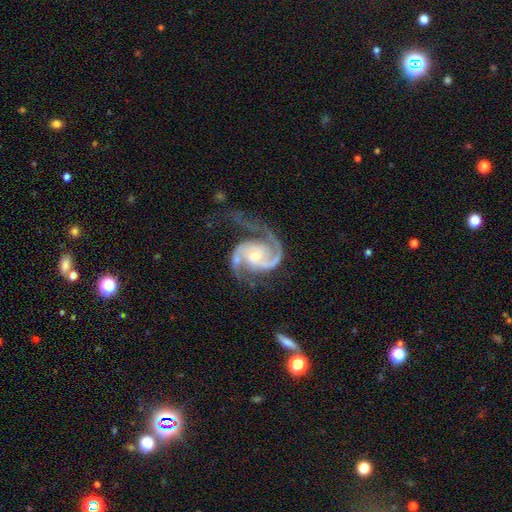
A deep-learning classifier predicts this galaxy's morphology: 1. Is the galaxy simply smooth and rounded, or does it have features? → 93% featured or disk, 4% star or artifact, 3% smooth.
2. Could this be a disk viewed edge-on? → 98% no, 2% yes.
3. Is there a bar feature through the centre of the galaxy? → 57% no, 32% weak, 11% strong.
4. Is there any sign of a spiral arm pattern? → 99% yes, 1% no.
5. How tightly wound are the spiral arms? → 59% medium, 25% tight, 16% loose.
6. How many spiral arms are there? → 90% 2, 4% 3, 2% 1, 2% can't tell, 1% 4, 1% more than 4.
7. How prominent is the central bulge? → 58% small, 36% moderate, 3% none, 2% large, 1% dominant.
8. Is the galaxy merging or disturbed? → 58% none, 20% major disturbance, 19% minor disturbance, 4% merger.